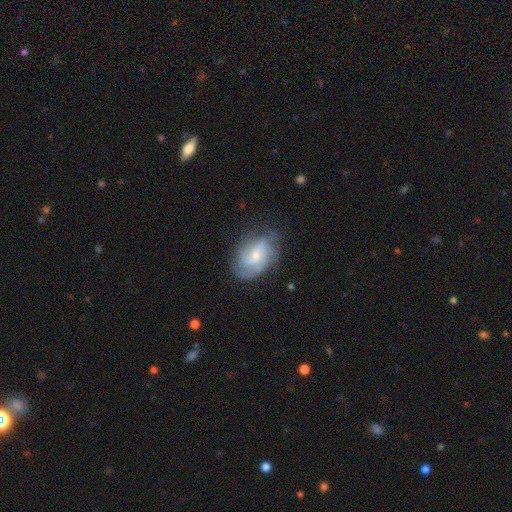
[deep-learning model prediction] This appears to be a featured or disk galaxy (67%) with no bar (51%), medium (43%) spiral arms (89%) and a small central bulge (53%). Merging: none (66%).